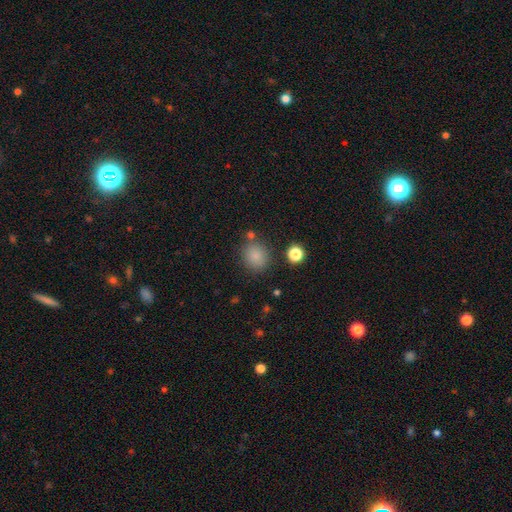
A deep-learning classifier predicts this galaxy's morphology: smooth 83%, star or artifact 12%, featured or disk 5%. Down the decision tree: how rounded — round (78%); merging — none (79%).